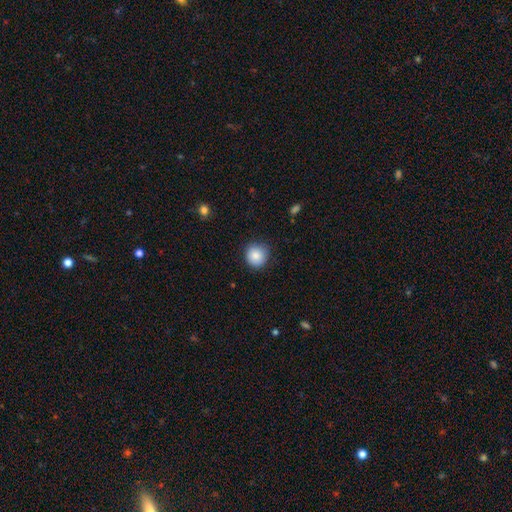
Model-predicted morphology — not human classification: This appears to be a smooth galaxy with no disk features (86%) that is round (92%). Merging: none (84%).